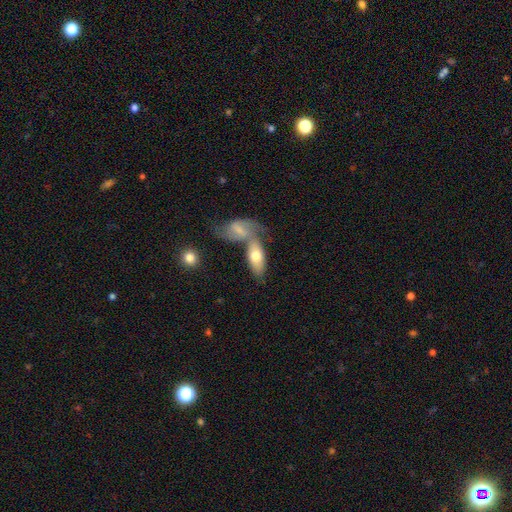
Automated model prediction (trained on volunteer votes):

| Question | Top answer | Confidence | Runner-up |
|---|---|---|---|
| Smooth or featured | smooth | 64% | featured or disk (30%) |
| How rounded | in between | 86% | cigar-shaped (11%) |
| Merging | merger | 56% | none (29%) |